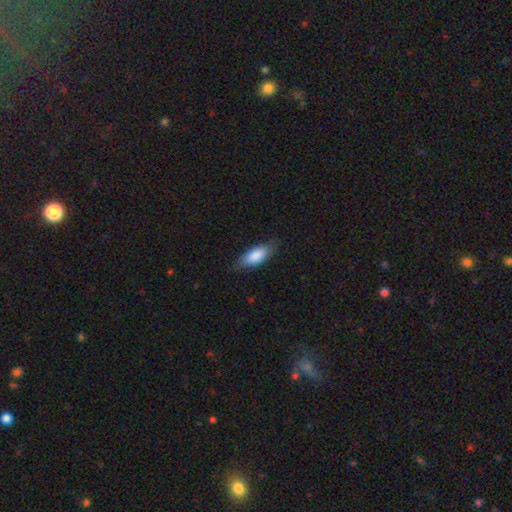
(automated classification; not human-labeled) This appears to be a smooth galaxy with no disk features (81%) that is in between round and cigar-shaped (78%). Merging: none (75%).